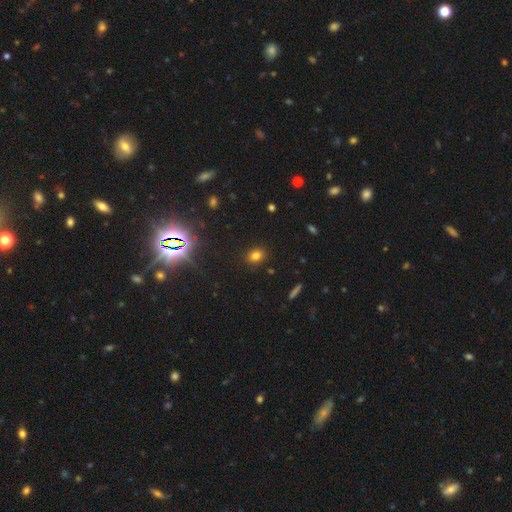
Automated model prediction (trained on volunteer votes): This is likely a smooth galaxy (74%). How rounded: possibly in between (52%). Merging: clearly none (87%).